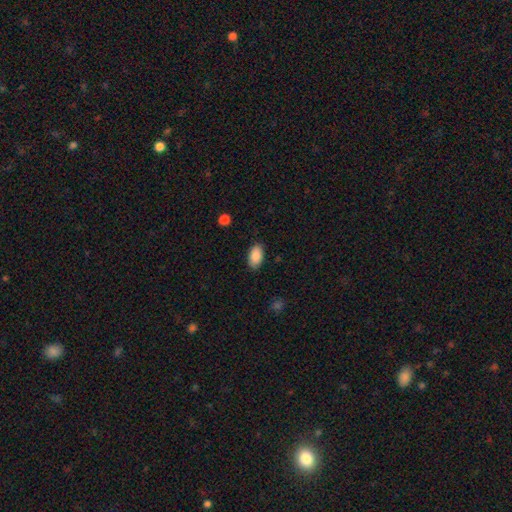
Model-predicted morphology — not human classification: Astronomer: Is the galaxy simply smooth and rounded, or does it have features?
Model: smooth — 89%.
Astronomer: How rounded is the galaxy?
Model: in between — 94%.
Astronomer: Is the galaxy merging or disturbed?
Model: none — 86%.